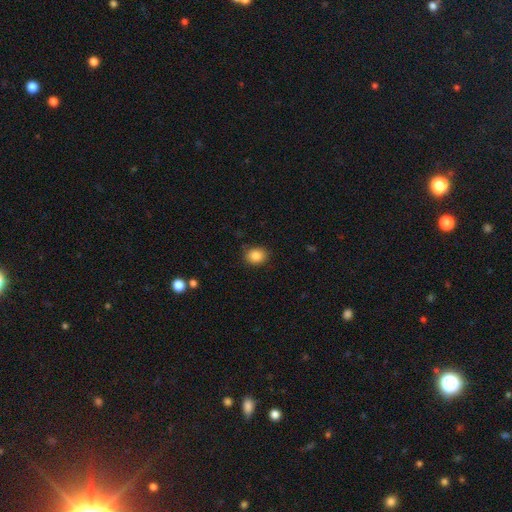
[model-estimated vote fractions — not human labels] Smooth or featured? smooth (85%)
How rounded? round (68%)
Merging? none (84%)